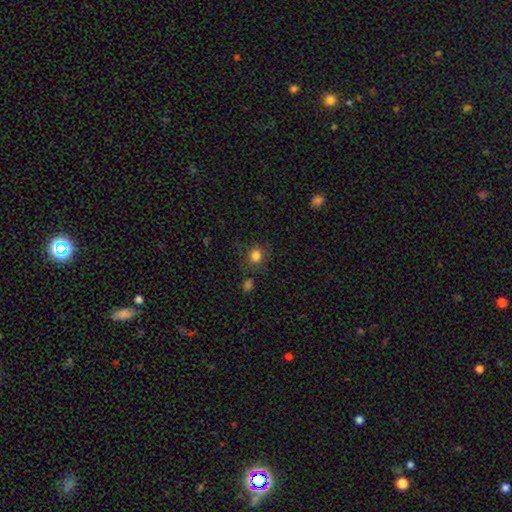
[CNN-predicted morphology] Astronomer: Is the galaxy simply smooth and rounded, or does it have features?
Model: smooth — 80%.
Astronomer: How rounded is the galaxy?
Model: round — 71%.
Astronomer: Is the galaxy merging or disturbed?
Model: none — 70%.